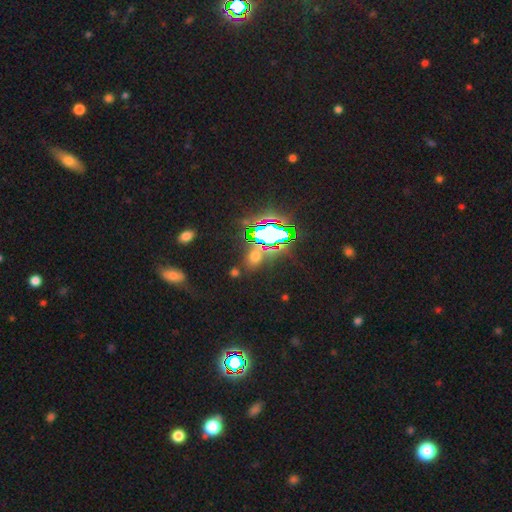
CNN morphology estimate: A star or artifact, not a galaxy (52%).